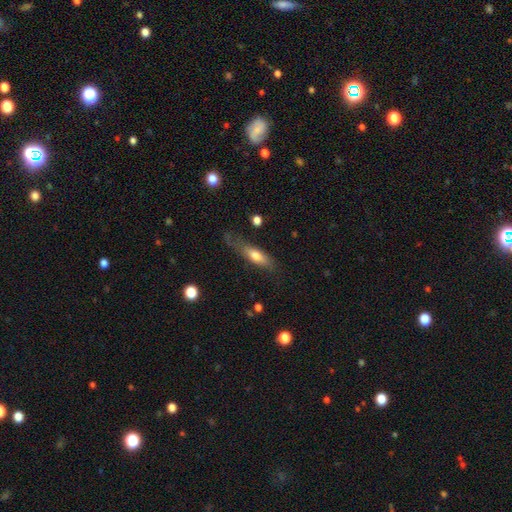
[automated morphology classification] smooth 66%, featured or disk 27%, star or artifact 7%. Down the decision tree: how rounded — cigar-shaped (54%); merging — none (49%).